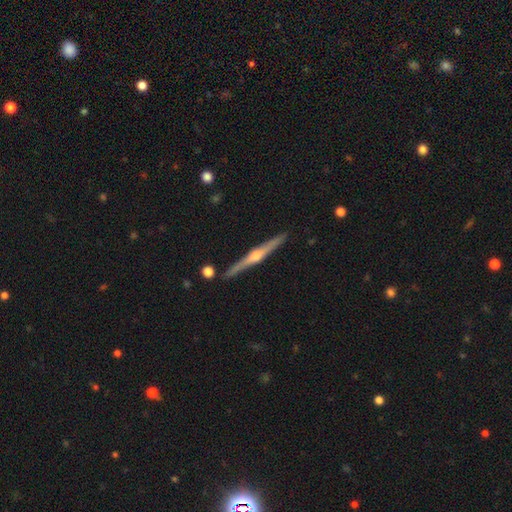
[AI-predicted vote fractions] A featured or disk galaxy (83%) viewed edge-on (98%) with a rounded central bulge (90%).

Vote fractions:
- Smooth or featured? featured or disk: 83% / smooth: 12% / star or artifact: 5%
- Edge-on disk? yes: 98% / no: 2%
- Edge-on bulge? rounded: 90% / boxy: 5% / none: 5%
- Merging? none: 91% / minor disturbance: 6% / merger: 2% / major disturbance: 1%